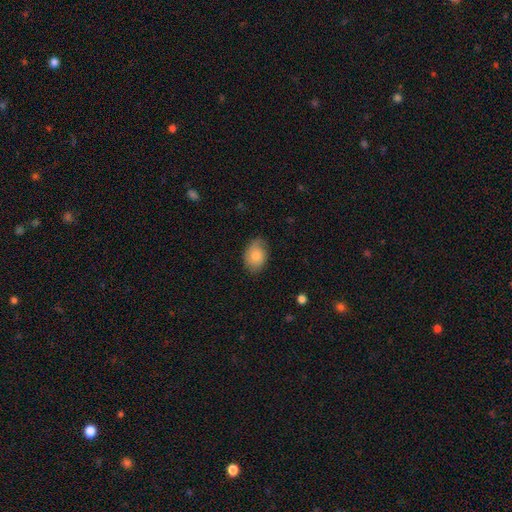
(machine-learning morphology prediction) type=smooth (78%); roundness=in between (77%); merging=none (68%).